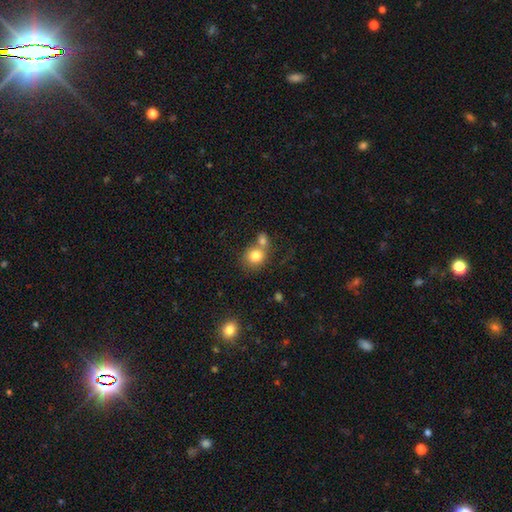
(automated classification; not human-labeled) smooth 79%, featured or disk 11%, star or artifact 10%. Down the decision tree: how rounded — round (76%); merging — merger (44%).